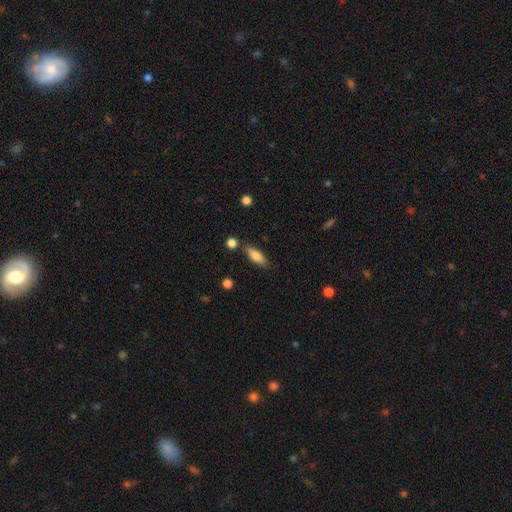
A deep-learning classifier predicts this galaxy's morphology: A smooth galaxy with no disk features (79%) that is in between round and cigar-shaped (64%). Merging: none (79%).